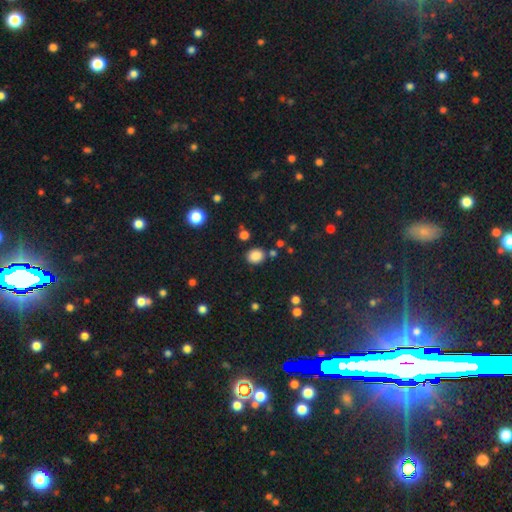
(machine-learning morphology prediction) A smooth galaxy with no disk features (84%) that is round (67%).

Vote fractions:
- Smooth or featured? smooth: 84% / star or artifact: 11% / featured or disk: 4%
- How rounded? round: 67% / in between: 33% / cigar-shaped: 1%
- Merging? none: 83% / minor disturbance: 10% / merger: 4% / major disturbance: 3%